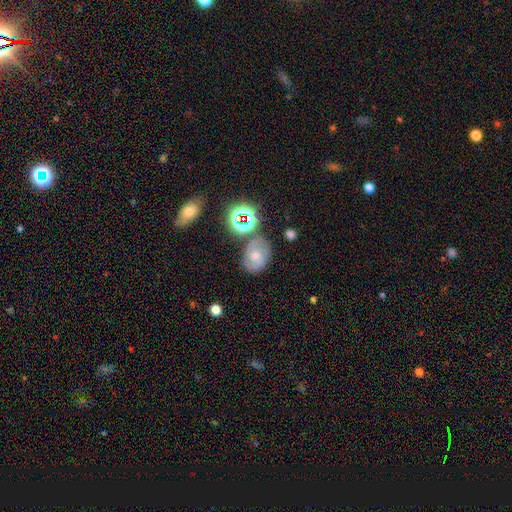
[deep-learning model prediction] The model was most divided on "smooth or featured": featured or disk: 51%, smooth: 32%, star or artifact: 17%. More confident: edge-on disk — no (96%); merging — none (65%).